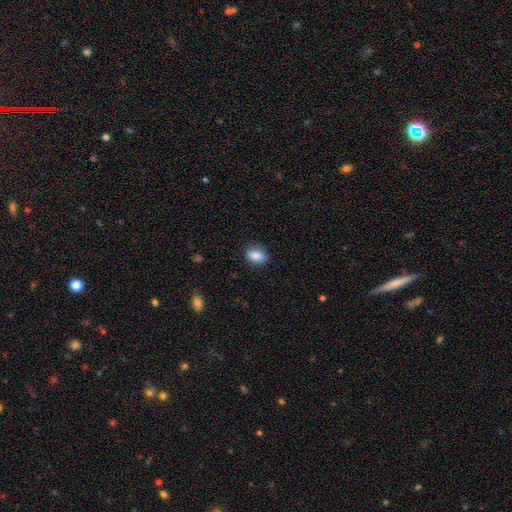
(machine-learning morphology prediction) A smooth galaxy with no disk features (85%) that is in between round and cigar-shaped (81%).

Vote fractions:
- Smooth or featured? smooth: 85% / star or artifact: 8% / featured or disk: 7%
- How rounded? in between: 81% / round: 14% / cigar-shaped: 5%
- Merging? none: 82% / minor disturbance: 14% / major disturbance: 3% / merger: 1%